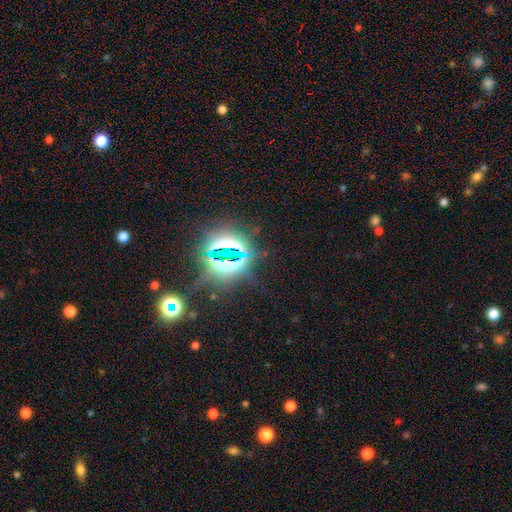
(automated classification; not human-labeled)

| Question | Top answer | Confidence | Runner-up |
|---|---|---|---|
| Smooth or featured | star or artifact | 83% | smooth (10%) |